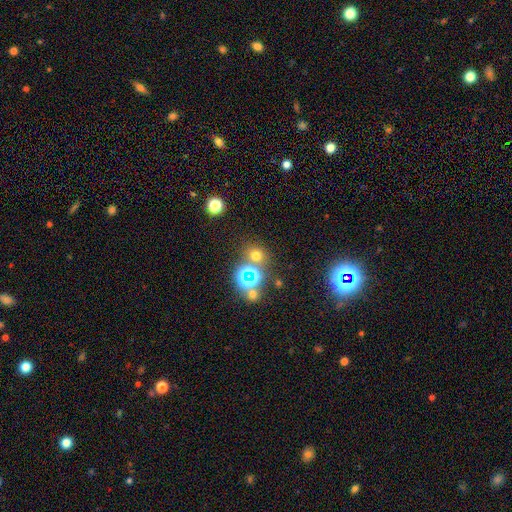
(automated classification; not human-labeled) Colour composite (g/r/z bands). It shows a smooth galaxy with no disk features (58%) that is round (84%). Merging: none (74%).